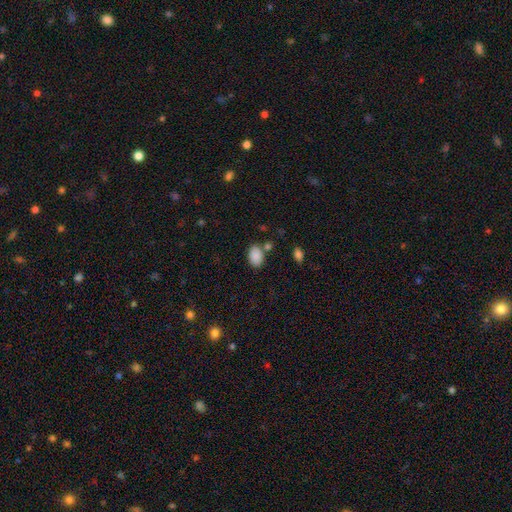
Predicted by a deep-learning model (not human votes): A smooth galaxy with no disk features (88%) that is in between round and cigar-shaped (87%).

Vote fractions:
- Smooth or featured? smooth: 88% / star or artifact: 8% / featured or disk: 4%
- How rounded? in between: 87% / round: 12% / cigar-shaped: 1%
- Merging? none: 73% / minor disturbance: 14% / merger: 10% / major disturbance: 4%